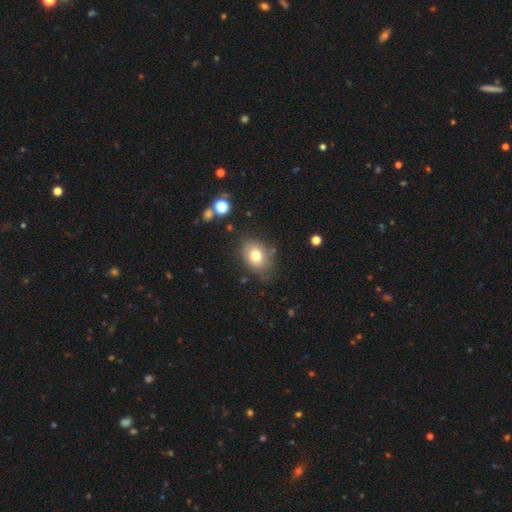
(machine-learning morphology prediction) smooth-or-featured: smooth: 76% | featured or disk: 14% | star or artifact: 10%
  how-rounded: in between: 63% | round: 37% | cigar-shaped: 1%
  merging: none: 73% | minor disturbance: 19% | major disturbance: 5% | merger: 3%